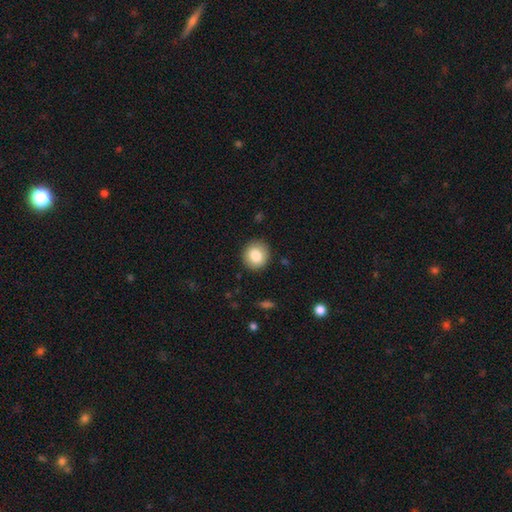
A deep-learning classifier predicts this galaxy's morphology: Smooth or featured? Predicted: smooth (p=0.83). How rounded? Predicted: round (p=0.88). Merging? Predicted: none (p=0.90).